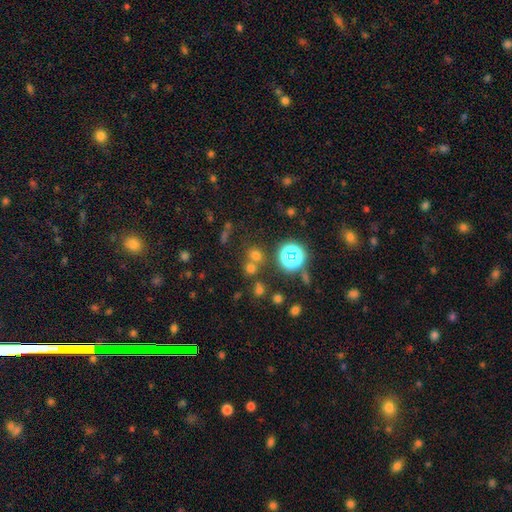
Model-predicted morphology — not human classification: Smooth or featured? Predicted: smooth (p=0.58). How rounded? Predicted: round (p=0.82). Merging? Predicted: none (p=0.62).